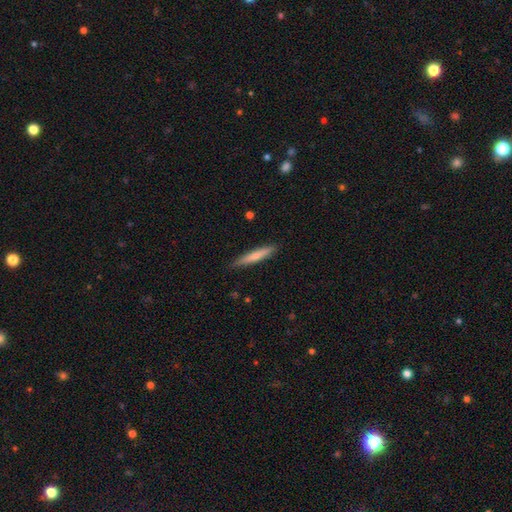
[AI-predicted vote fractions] Smooth or featured?
  - smooth: 70% *
  - featured or disk: 25%
  - star or artifact: 5%
How rounded?
  - cigar-shaped: 93% *
  - in between: 6%
  - round: 1%
Merging?
  - none: 88% *
  - minor disturbance: 9%
  - major disturbance: 2%
  - merger: 1%